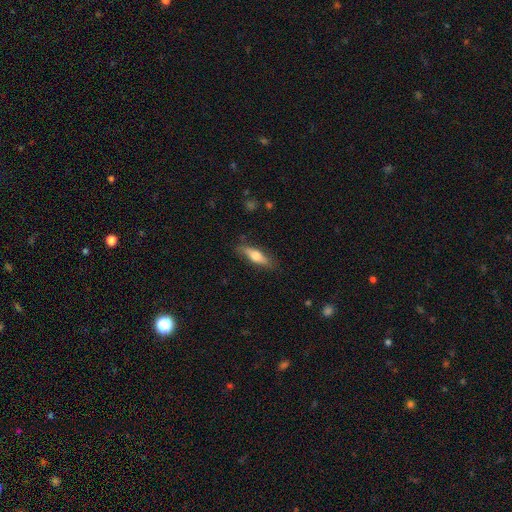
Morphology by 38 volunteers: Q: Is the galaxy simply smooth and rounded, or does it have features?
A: featured or disk — 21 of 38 (55%).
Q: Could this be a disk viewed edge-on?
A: yes — 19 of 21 (90%).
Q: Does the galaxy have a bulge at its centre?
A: rounded — 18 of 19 (95%).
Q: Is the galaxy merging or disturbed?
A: none — 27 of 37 (73%).